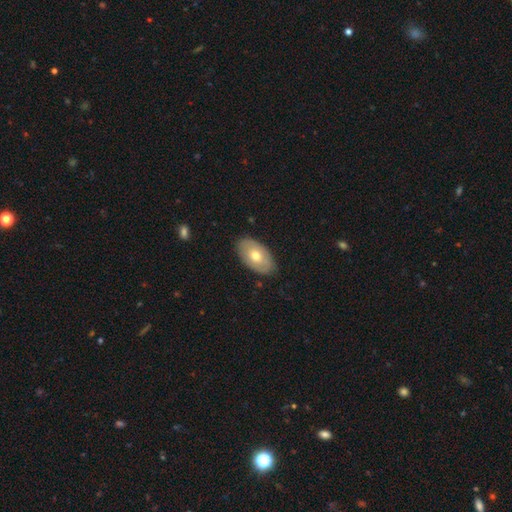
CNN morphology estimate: type=smooth (58%); roundness=in between (93%); merging=none (85%).